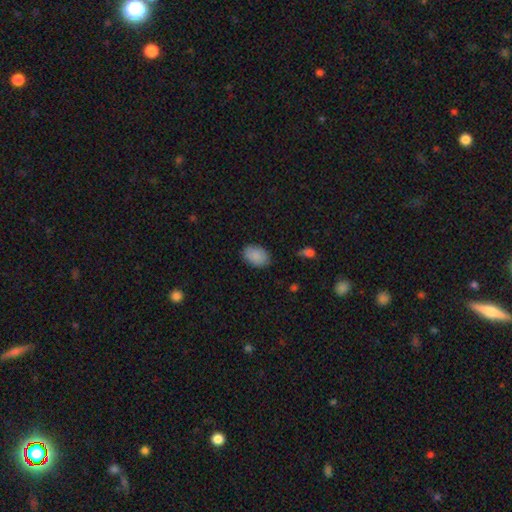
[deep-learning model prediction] Overall: smooth (88%). How rounded: in between (84%). Merging: none (84%).